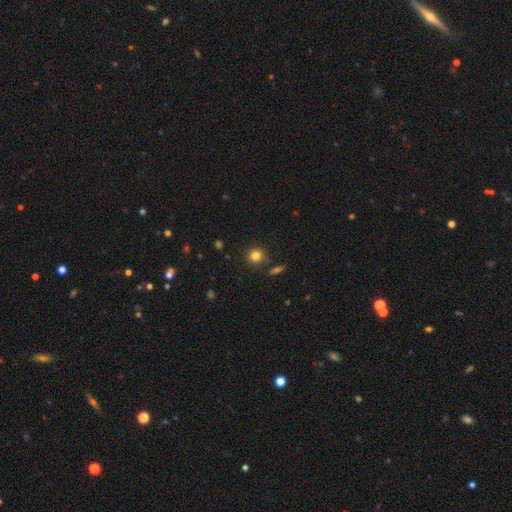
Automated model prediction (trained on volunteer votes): Q: Smooth or featured?
A: smooth (82%); runner-up: star or artifact (12%)
Q: How rounded?
A: round (91%); runner-up: in between (8%)
Q: Merging?
A: none (87%); runner-up: minor disturbance (7%)